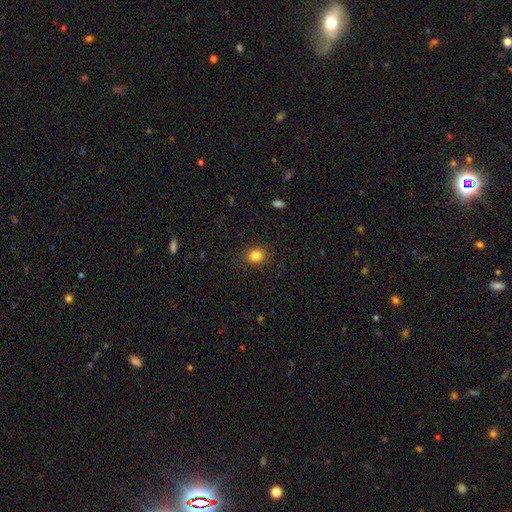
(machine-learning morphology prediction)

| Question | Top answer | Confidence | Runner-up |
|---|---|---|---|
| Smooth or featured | smooth | 84% | star or artifact (11%) |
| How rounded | round | 73% | in between (27%) |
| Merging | none | 88% | minor disturbance (8%) |